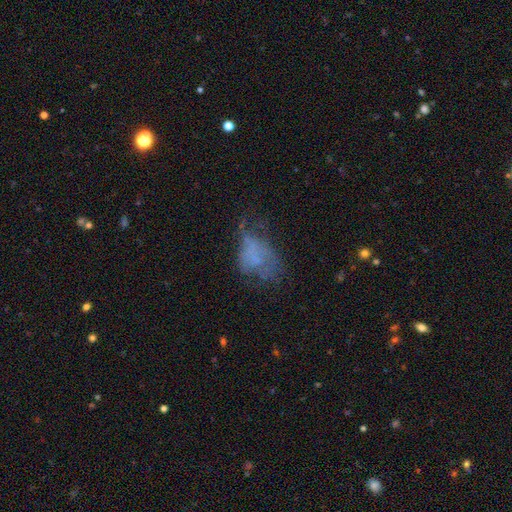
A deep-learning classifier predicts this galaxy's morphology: Smooth or featured? Predicted: smooth (p=0.44). Merging? Predicted: major disturbance (p=0.42).